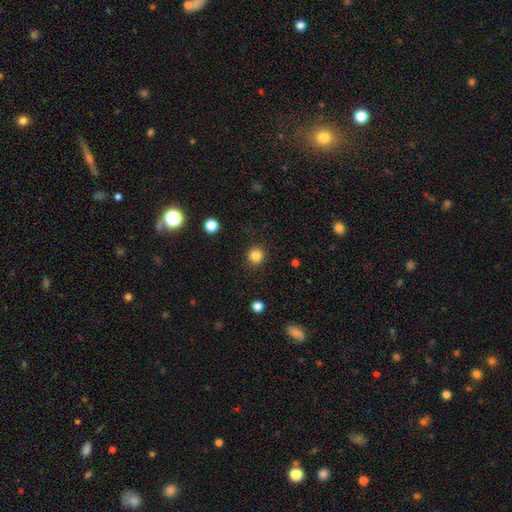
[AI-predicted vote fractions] The model was most divided on "smooth or featured": smooth: 83%, star or artifact: 12%, featured or disk: 5%. More confident: how rounded — round (94%); merging — none (91%).